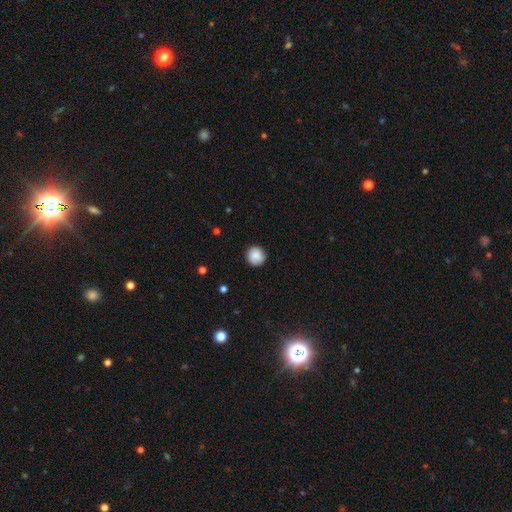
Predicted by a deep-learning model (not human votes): A smooth galaxy with no disk features (85%) that is round (93%). Merging: none (87%).